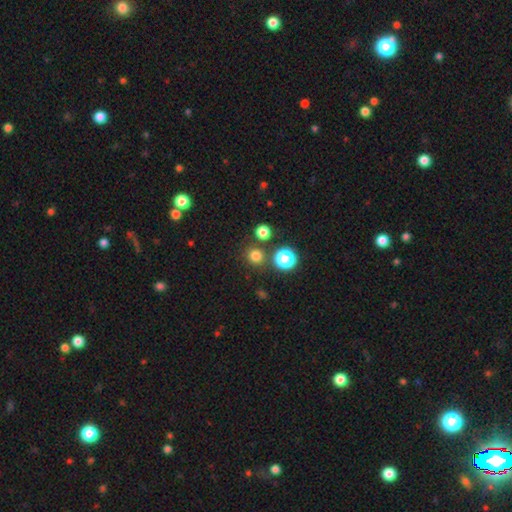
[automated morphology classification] smooth_or_featured: smooth (p=0.75) [alt: star or artifact p=0.20]
how_rounded: round (p=0.90) [alt: in between p=0.09]
merging: none (p=0.81) [alt: merger p=0.09]